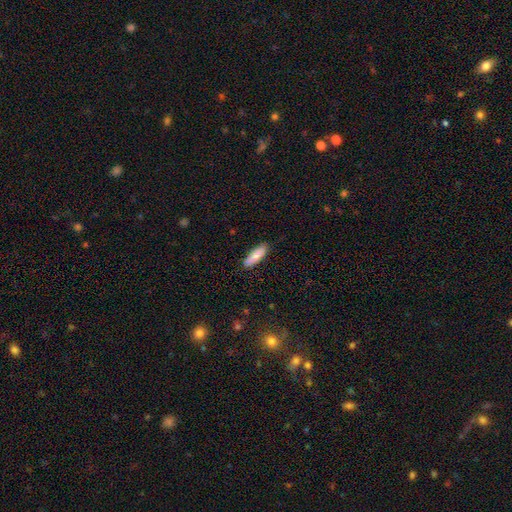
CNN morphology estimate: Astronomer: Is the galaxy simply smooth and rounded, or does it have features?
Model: smooth — 79%.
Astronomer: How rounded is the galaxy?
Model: cigar-shaped — 50% (runner-up: in between, 48%).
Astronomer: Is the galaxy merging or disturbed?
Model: none — 86%.